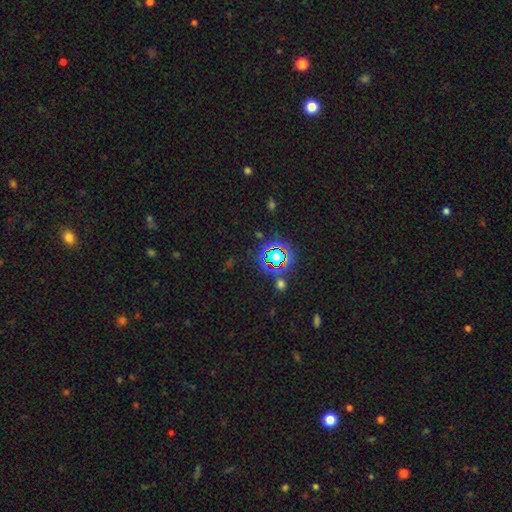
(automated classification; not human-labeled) This appears to be a star or artifact, not a galaxy (77%).